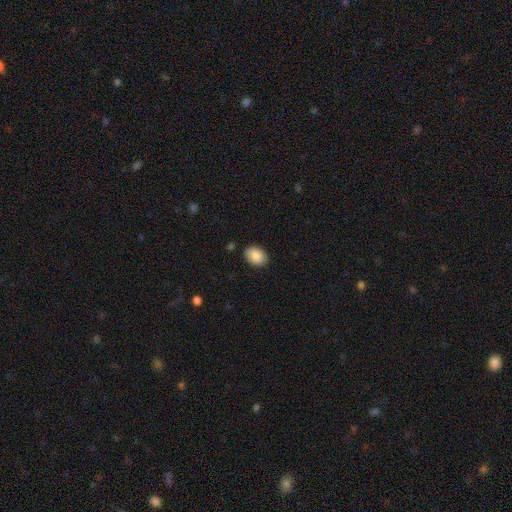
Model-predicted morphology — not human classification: Smooth or featured: smooth — 88% (star or artifact — 7%)
How rounded: in between — 77% (round — 22%)
Merging: none — 89% (minor disturbance — 8%)